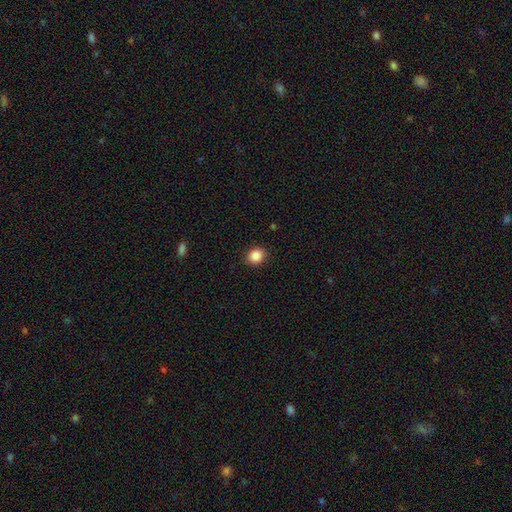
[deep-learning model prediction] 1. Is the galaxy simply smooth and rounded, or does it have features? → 87% smooth, 10% star or artifact, 3% featured or disk.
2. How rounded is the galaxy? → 70% round, 29% in between, 1% cigar-shaped.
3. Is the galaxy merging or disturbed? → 89% none, 8% minor disturbance, 2% major disturbance, 1% merger.